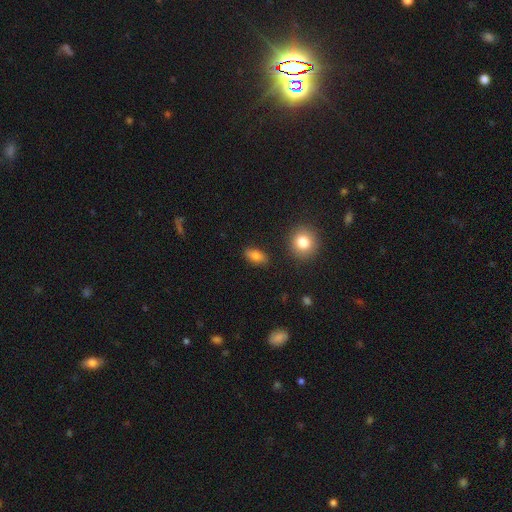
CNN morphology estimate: smooth 78%, featured or disk 12%, star or artifact 10%. Down the decision tree: how rounded — in between (84%); merging — none (86%).